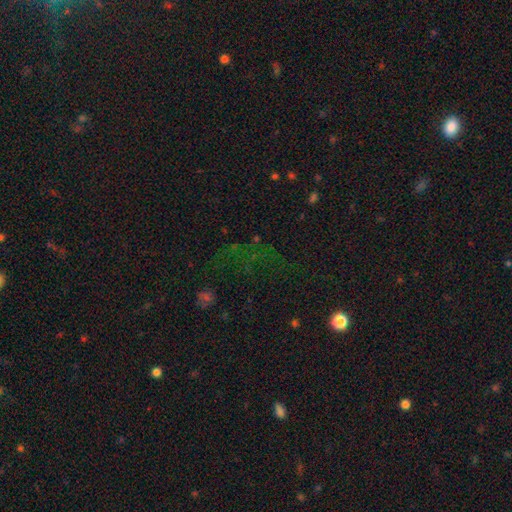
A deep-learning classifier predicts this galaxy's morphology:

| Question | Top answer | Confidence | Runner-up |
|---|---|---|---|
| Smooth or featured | star or artifact | 68% | smooth (21%) |